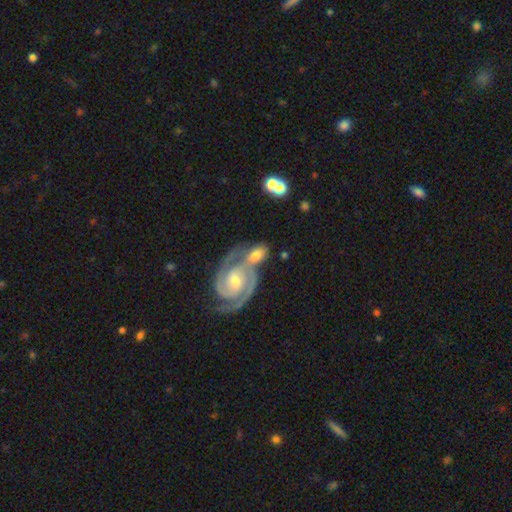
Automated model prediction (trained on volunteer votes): A featured or disk galaxy (63%) with no bar (46%), 2 (84%) tight (46%) spiral arms (93%) and a moderate central bulge (52%).

Vote fractions:
- Smooth or featured? featured or disk: 63% / smooth: 30% / star or artifact: 7%
- Edge-on disk? no: 96% / yes: 4%
- Bar? no: 46% / weak: 40% / strong: 14%
- Spiral arms? yes: 93% / no: 7%
- Spiral winding? tight: 46% / medium: 43% / loose: 10%
- Spiral arm count? 2: 84% / can't tell: 6% / 3: 5% / 1: 2% / 4: 2% / more than 4: 2%
- Bulge size? moderate: 52% / small: 36% / large: 8% / none: 3% / dominant: 2%
- Merging? merger: 56% / none: 27% / minor disturbance: 11% / major disturbance: 6%